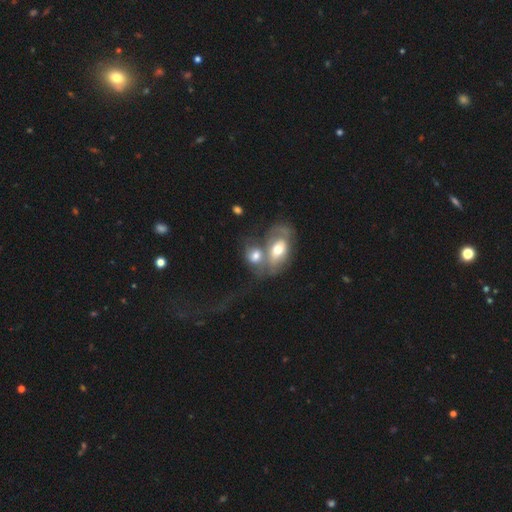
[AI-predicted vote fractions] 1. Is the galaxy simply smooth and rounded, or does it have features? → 51% smooth, 40% featured or disk, 9% star or artifact.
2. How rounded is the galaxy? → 69% in between, 28% round, 2% cigar-shaped.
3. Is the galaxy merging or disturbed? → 69% merger, 14% none, 10% major disturbance, 7% minor disturbance.